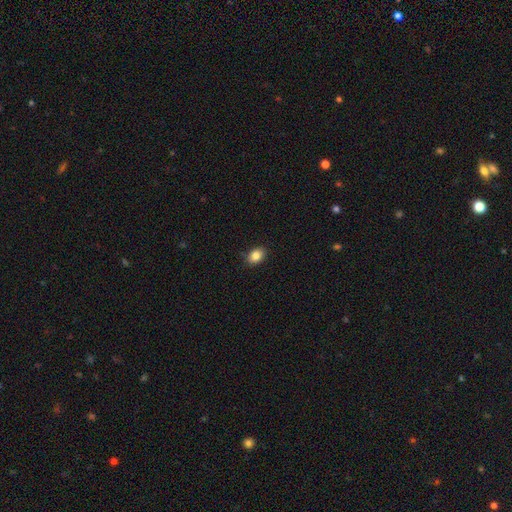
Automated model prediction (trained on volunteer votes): Morphology: type=smooth (86%); roundness=in between (75%); merging=none (87%).